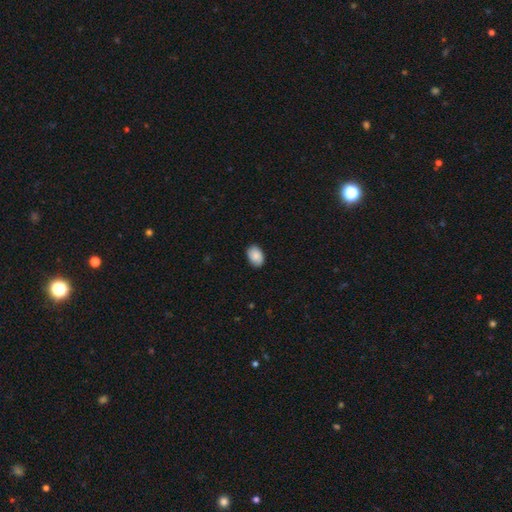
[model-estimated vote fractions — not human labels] smooth-or-featured: smooth: 88% | star or artifact: 7% | featured or disk: 5%
  how-rounded: in between: 87% | round: 12% | cigar-shaped: 1%
  merging: none: 87% | minor disturbance: 10% | major disturbance: 2% | merger: 1%